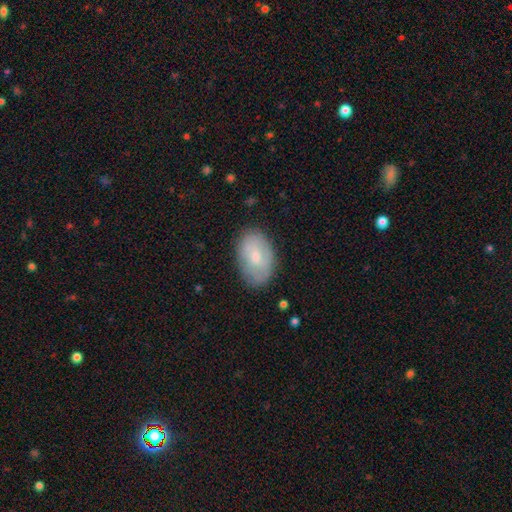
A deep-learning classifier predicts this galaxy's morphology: Smooth or featured? smooth (66%)
How rounded? in between (89%)
Merging? none (79%)